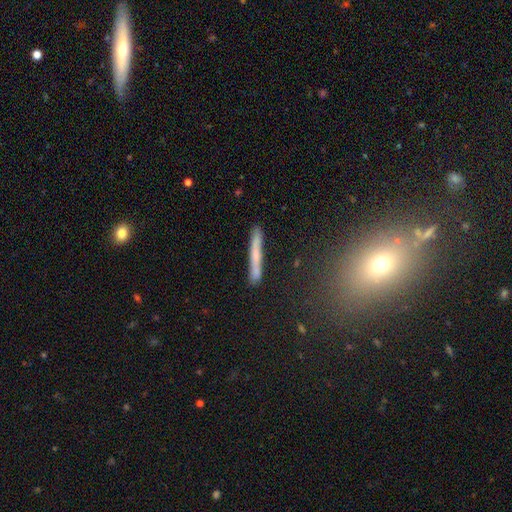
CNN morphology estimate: This appears to be a smooth galaxy with no disk features (58%) that is cigar-shaped (96%). Merging: none (85%).